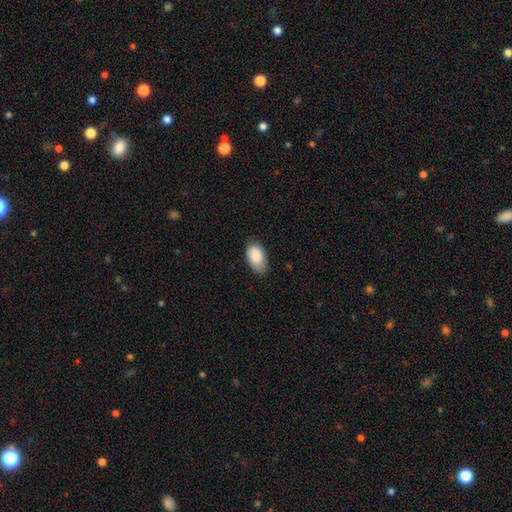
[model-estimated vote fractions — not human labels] A smooth galaxy with no disk features (88%) that is in between round and cigar-shaped (95%). Merging: none (72%).